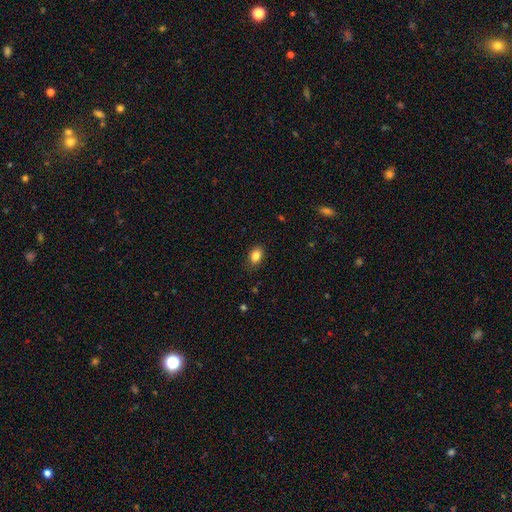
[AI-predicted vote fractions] Morphology: type=smooth (85%); roundness=in between (81%); merging=none (86%).